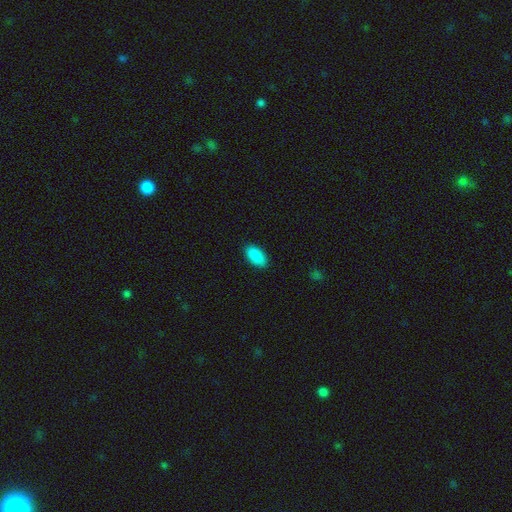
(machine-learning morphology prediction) This is clearly a smooth galaxy (90%). How rounded: clearly in between (94%). Merging: clearly none (90%).